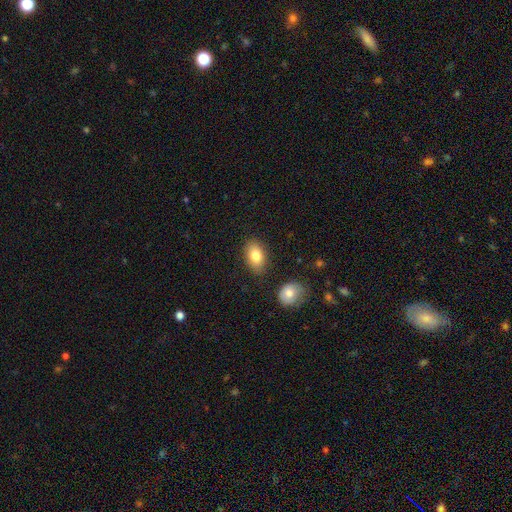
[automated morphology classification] A smooth galaxy with no disk features (82%) that is in between round and cigar-shaped (88%).

Vote fractions:
- Smooth or featured? smooth: 82% / featured or disk: 10% / star or artifact: 8%
- How rounded? in between: 88% / round: 10% / cigar-shaped: 2%
- Merging? none: 82% / minor disturbance: 12% / merger: 4% / major disturbance: 3%